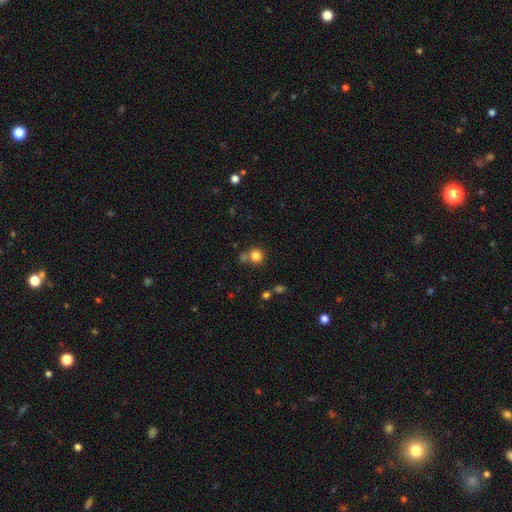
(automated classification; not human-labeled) The model was most divided on "merging": none: 66%, merger: 20%, minor disturbance: 10%, major disturbance: 4%. More confident: how rounded — round (92%); smooth or featured — smooth (82%).